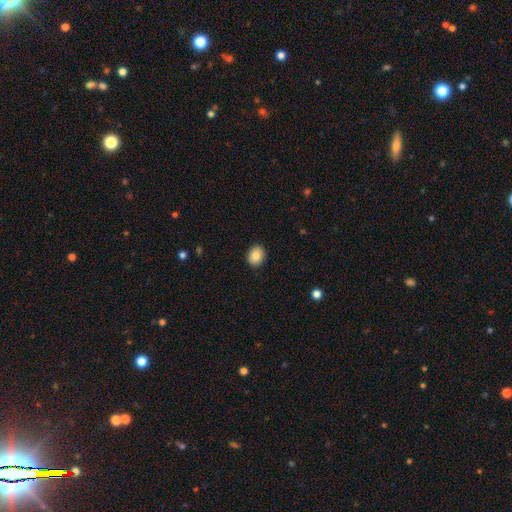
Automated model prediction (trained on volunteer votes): A smooth galaxy with no disk features (86%) that is round (55%).

Vote fractions:
- Smooth or featured? smooth: 86% / star or artifact: 8% / featured or disk: 5%
- How rounded? round: 55% / in between: 44% / cigar-shaped: 1%
- Merging? none: 91% / minor disturbance: 7% / major disturbance: 2% / merger: 1%